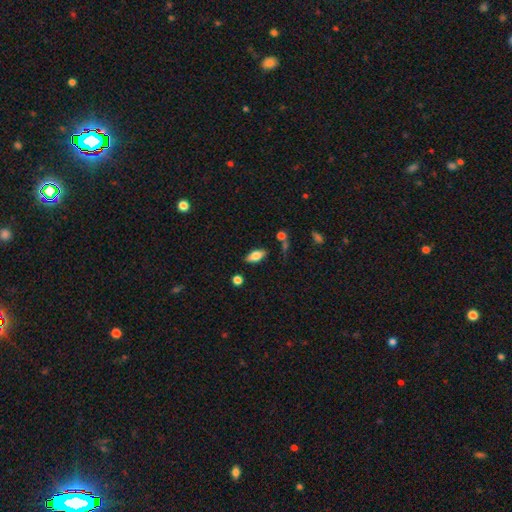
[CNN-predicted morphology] A smooth galaxy with no disk features (69%) that is in between round and cigar-shaped (86%). Merging: none (81%).